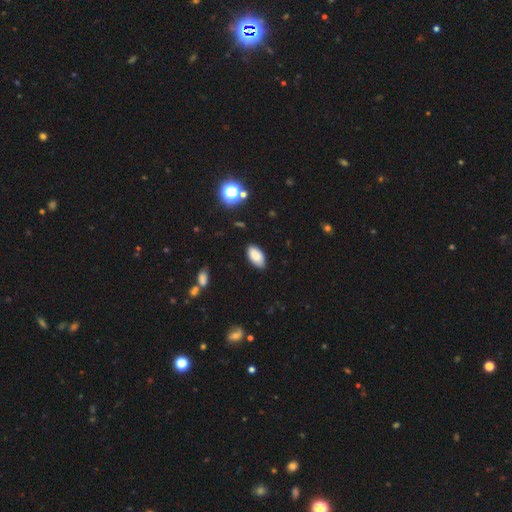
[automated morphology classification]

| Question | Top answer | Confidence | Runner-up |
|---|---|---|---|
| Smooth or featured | smooth | 85% | star or artifact (8%) |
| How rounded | in between | 95% | round (3%) |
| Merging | none | 86% | minor disturbance (10%) |